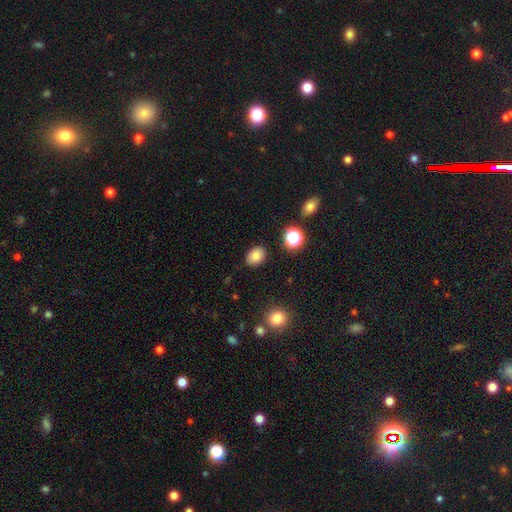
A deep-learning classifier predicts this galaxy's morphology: This is clearly a smooth galaxy (82%). How rounded: likely in between (60%). Merging: clearly none (87%).